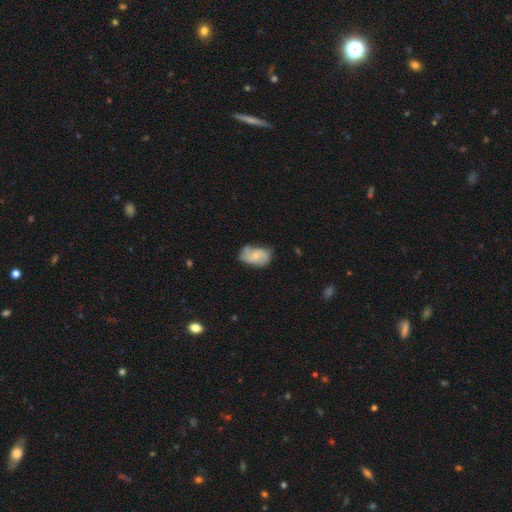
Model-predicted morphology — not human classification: The model was most divided on "smooth or featured": featured or disk: 49%, smooth: 44%, star or artifact: 7%. More confident: merging — none (54%).